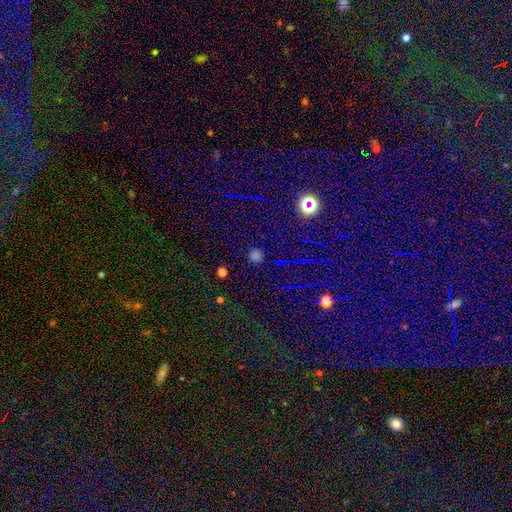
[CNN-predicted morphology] Smooth or featured? Predicted: star or artifact (p=0.52).